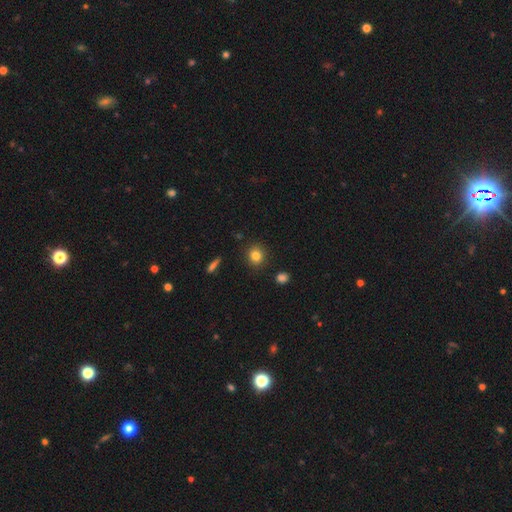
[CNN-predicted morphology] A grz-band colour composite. It shows a smooth galaxy with no disk features (82%) that is round (83%). Merging: none (90%).